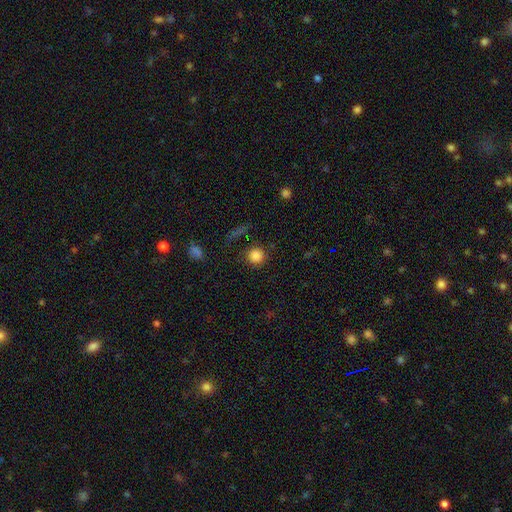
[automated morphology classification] A smooth galaxy with no disk features (83%) that is round (93%). Merging: none (84%).